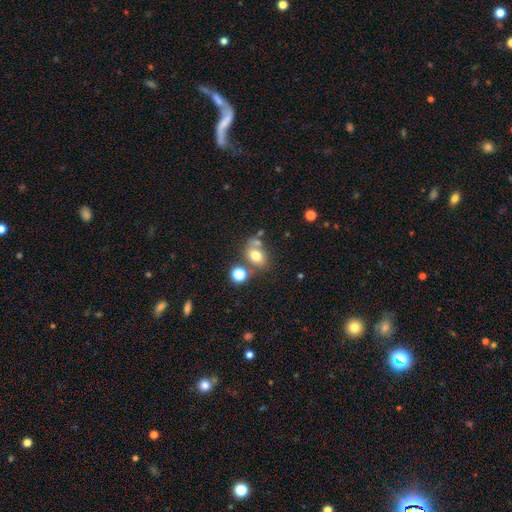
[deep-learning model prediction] The model was most divided on "how rounded": in between: 64%, round: 35%, cigar-shaped: 1%. More confident: smooth or featured — smooth (72%); merging — none (54%).